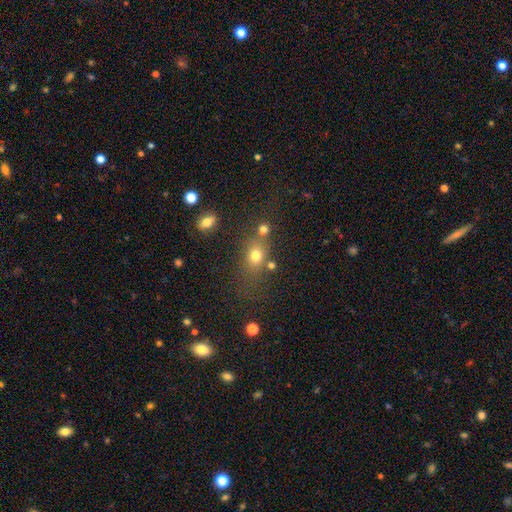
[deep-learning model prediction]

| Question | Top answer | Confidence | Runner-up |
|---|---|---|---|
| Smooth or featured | smooth | 72% | star or artifact (16%) |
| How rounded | in between | 50% | round (47%) |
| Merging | none | 58% | merger (18%) |